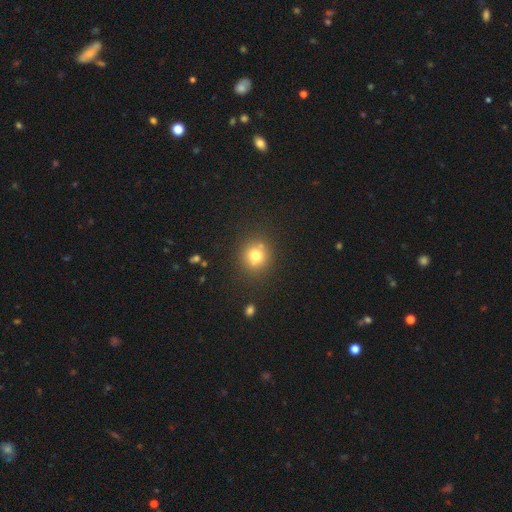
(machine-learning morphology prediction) Overall: smooth (75%). How rounded: round (88%). Merging: none (80%).